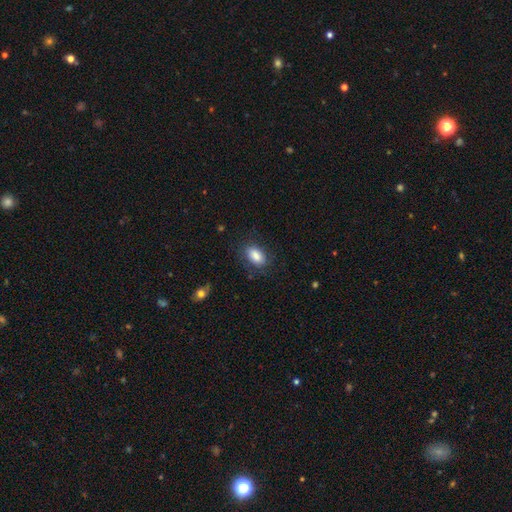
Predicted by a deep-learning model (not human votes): Smooth or featured? Predicted: smooth (p=0.85). How rounded? Predicted: in between (p=0.91). Merging? Predicted: none (p=0.78).